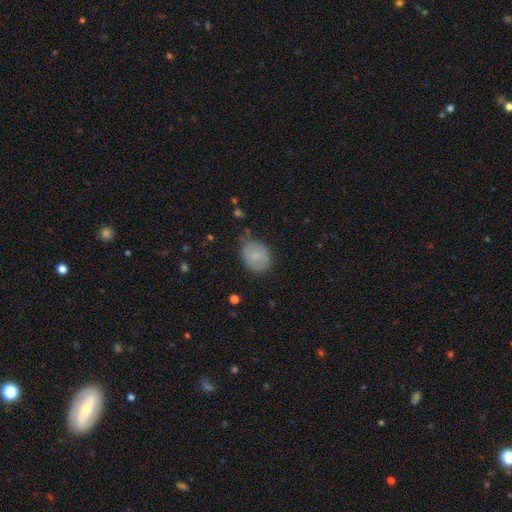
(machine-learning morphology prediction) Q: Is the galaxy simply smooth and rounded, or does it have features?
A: smooth — 78%.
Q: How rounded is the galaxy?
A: round — 54%.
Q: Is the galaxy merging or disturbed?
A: none — 70%.